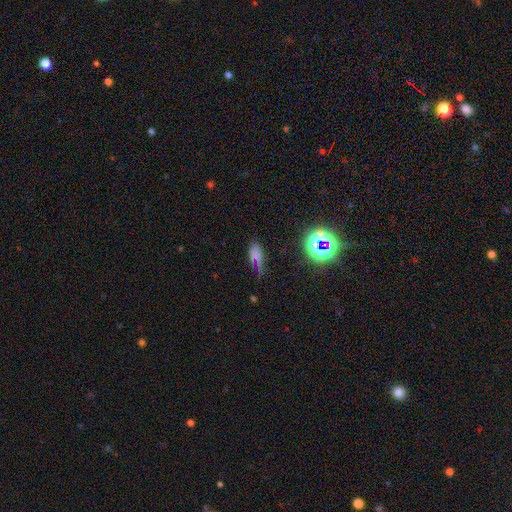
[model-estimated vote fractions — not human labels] A smooth galaxy with no disk features (60%) that is in between round and cigar-shaped (77%). Merging: none (46%).